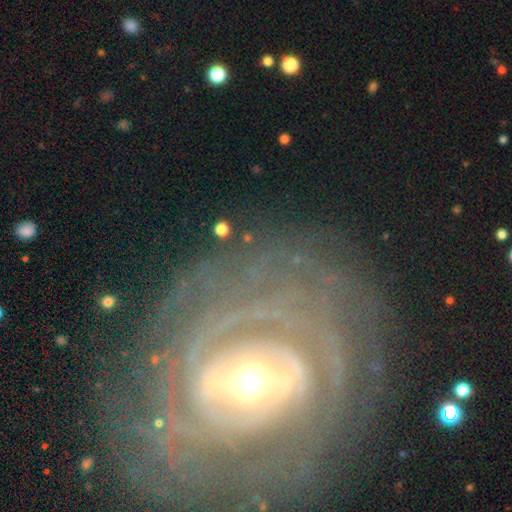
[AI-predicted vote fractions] Morphology: type=featured or disk (83%); edge-on=no (95%); bar=strong (38%); spiral arms=yes (83%); winding=tight (78%); arm count=can't tell (41%); bulge=moderate (65%); merging=none (77%).